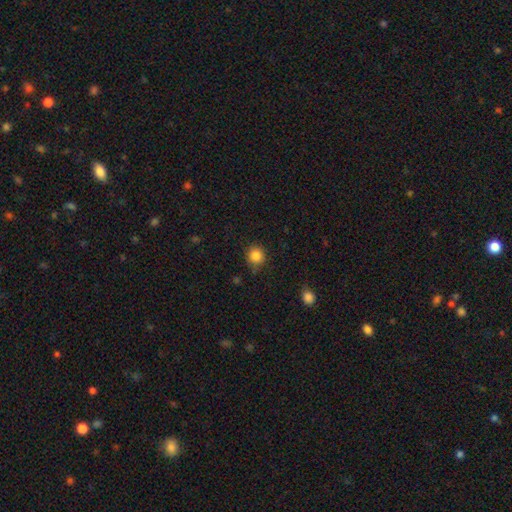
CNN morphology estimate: smooth-or-featured: smooth: 85% | star or artifact: 10% | featured or disk: 4%
  how-rounded: round: 89% | in between: 10% | cigar-shaped: 1%
  merging: none: 85% | minor disturbance: 11% | major disturbance: 3% | merger: 2%